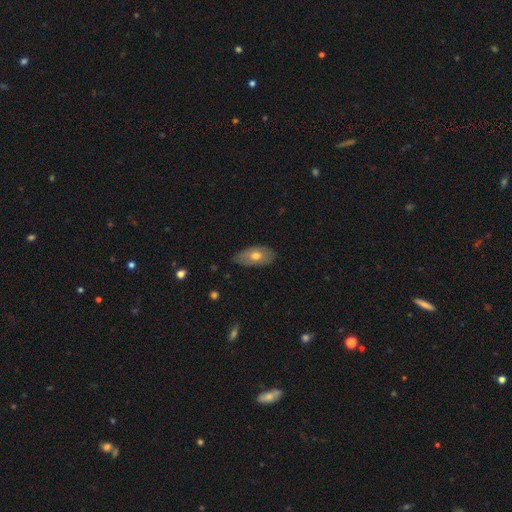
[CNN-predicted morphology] Q: Smooth or featured?
A: smooth (65%); runner-up: featured or disk (28%)
Q: How rounded?
A: in between (92%); runner-up: round (5%)
Q: Merging?
A: none (74%); runner-up: minor disturbance (22%)